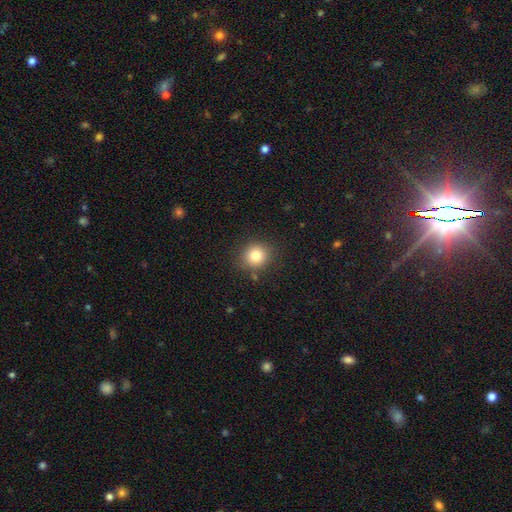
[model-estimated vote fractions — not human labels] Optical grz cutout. It shows a smooth galaxy with no disk features (81%) that is round (83%). Merging: none (84%).